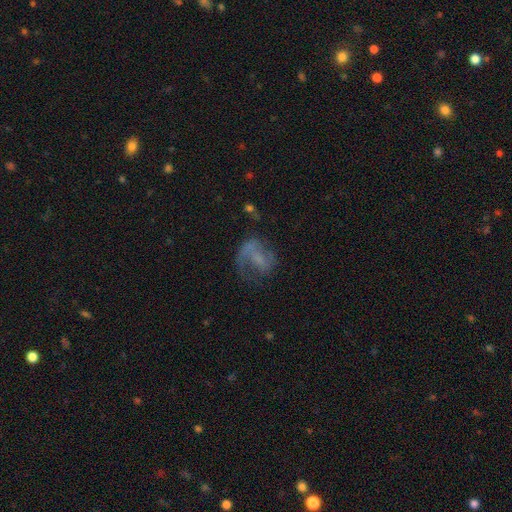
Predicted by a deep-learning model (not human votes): Morphology: type=featured or disk (60%); edge-on=no (97%); bar=no (53%); spiral arms=yes (70%); bulge=none (55%); merging=none (41%).